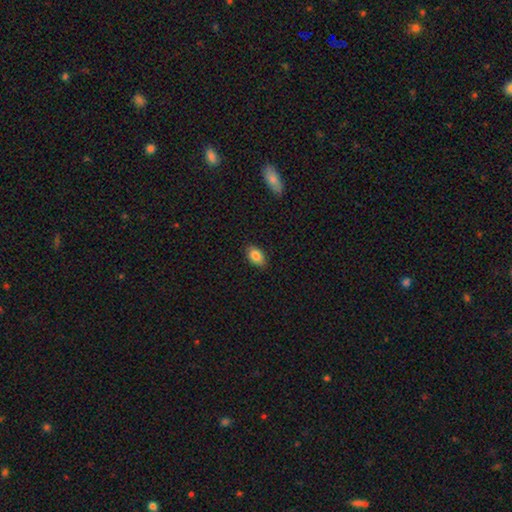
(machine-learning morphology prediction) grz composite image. It shows a smooth galaxy with no disk features (85%) that is in between round and cigar-shaped (91%). Merging: none (87%).